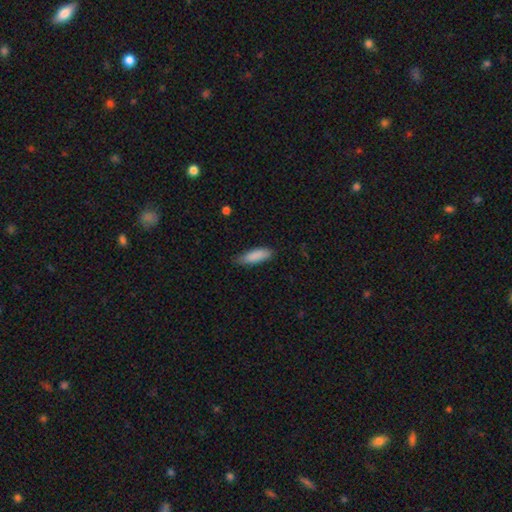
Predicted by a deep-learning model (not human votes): Smooth or featured?
  - smooth: 88% *
  - featured or disk: 6%
  - star or artifact: 6%
How rounded?
  - in between: 53% *
  - cigar-shaped: 46%
  - round: 2%
Merging?
  - none: 71% *
  - minor disturbance: 24%
  - major disturbance: 3%
  - merger: 1%